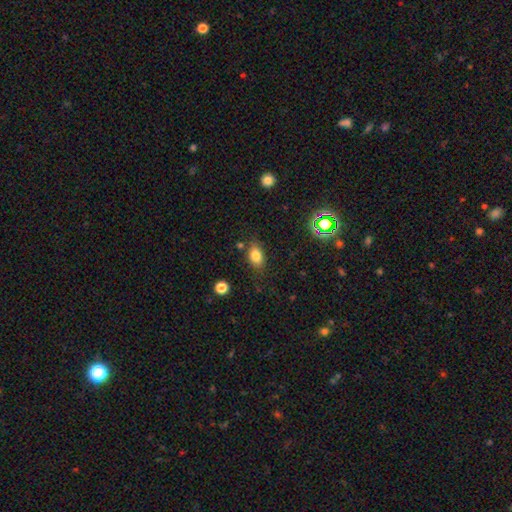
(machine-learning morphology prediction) Smooth or featured? smooth (80%)
How rounded? in between (82%)
Merging? none (78%)